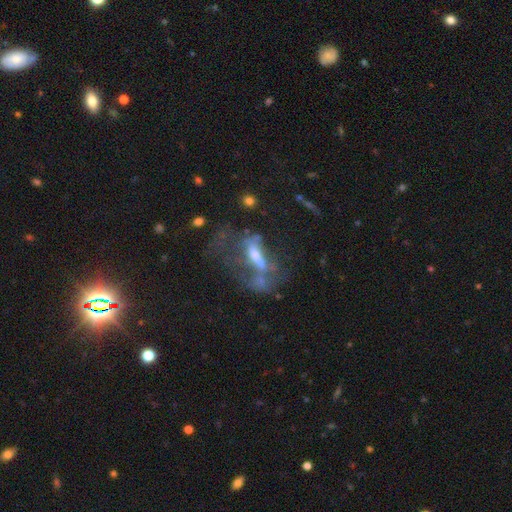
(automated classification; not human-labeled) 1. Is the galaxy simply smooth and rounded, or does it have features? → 60% featured or disk, 26% smooth, 14% star or artifact.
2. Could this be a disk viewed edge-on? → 74% no, 26% yes.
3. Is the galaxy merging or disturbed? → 39% major disturbance, 24% merger, 23% none, 13% minor disturbance.